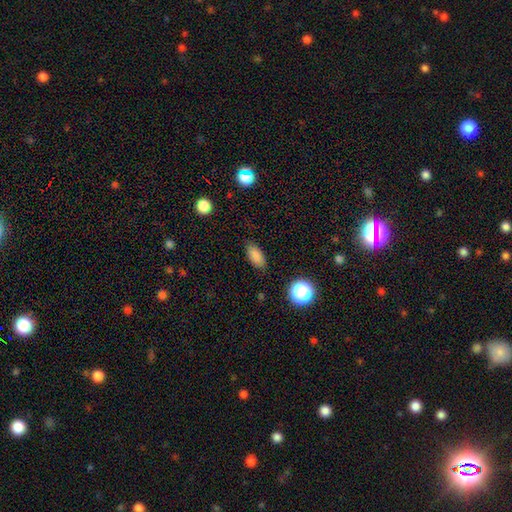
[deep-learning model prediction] Smooth or featured?
  - smooth: 84% *
  - star or artifact: 10%
  - featured or disk: 5%
How rounded?
  - in between: 85% *
  - cigar-shaped: 9%
  - round: 6%
Merging?
  - none: 83% *
  - minor disturbance: 12%
  - major disturbance: 3%
  - merger: 1%